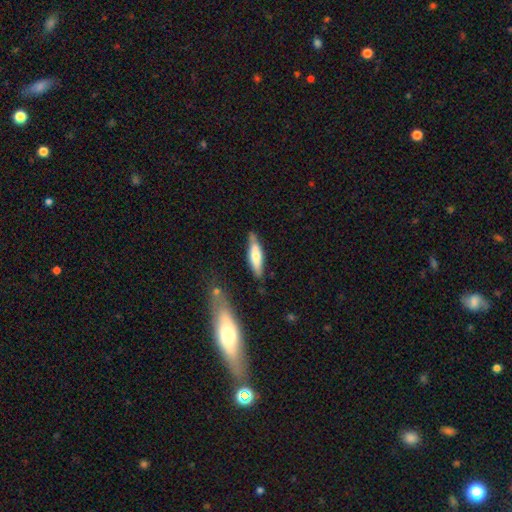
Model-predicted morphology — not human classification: This is possibly a smooth galaxy (60%). How rounded: likely cigar-shaped (66%). Merging: likely none (72%).